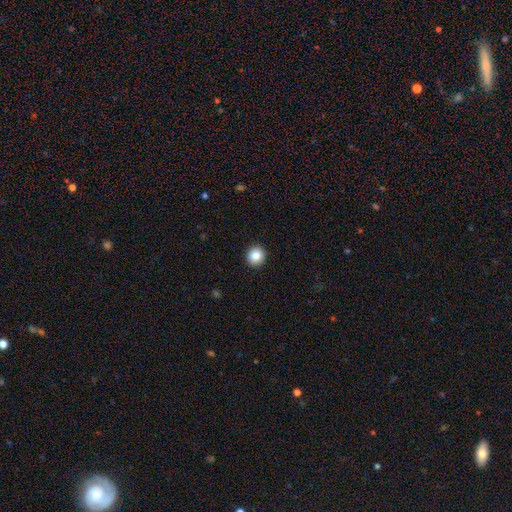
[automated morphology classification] smooth 86%, star or artifact 9%, featured or disk 5%. Down the decision tree: how rounded — round (92%); merging — none (93%).